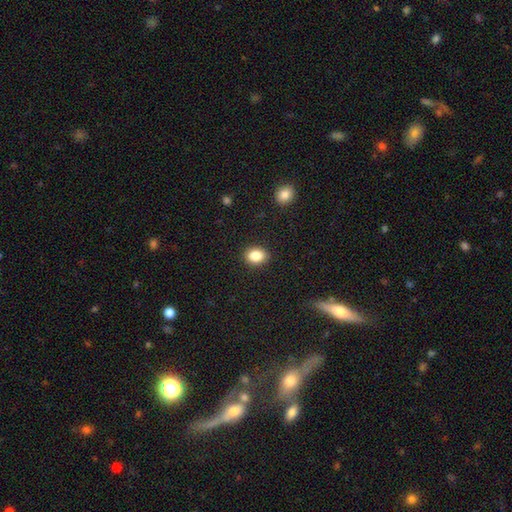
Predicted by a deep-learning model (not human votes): Smooth or featured?
  - smooth: 85% *
  - star or artifact: 9%
  - featured or disk: 6%
How rounded?
  - in between: 61% *
  - round: 38%
  - cigar-shaped: 1%
Merging?
  - none: 90% *
  - minor disturbance: 7%
  - major disturbance: 2%
  - merger: 1%